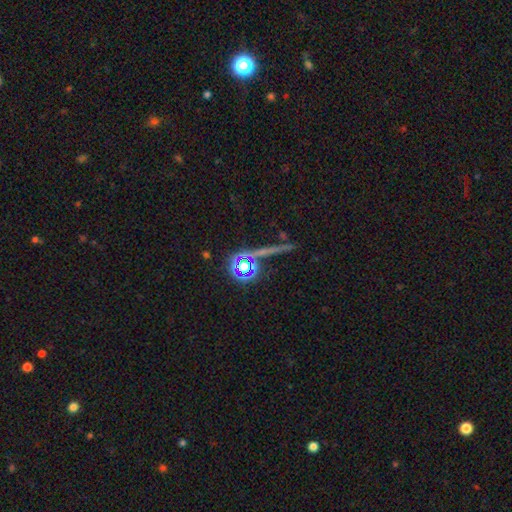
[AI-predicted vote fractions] A star or artifact, not a galaxy (55%).